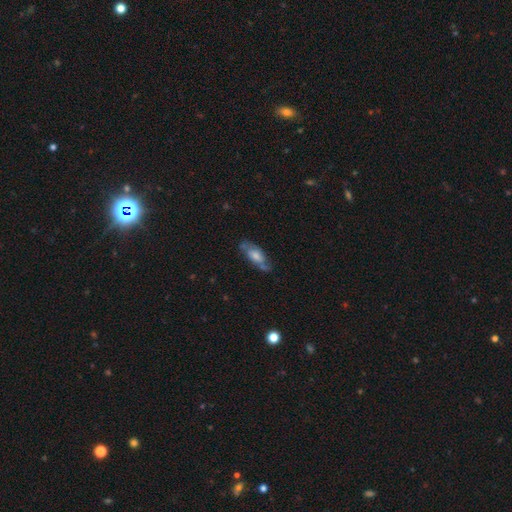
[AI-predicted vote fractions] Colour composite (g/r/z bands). It shows a smooth galaxy with no disk features (48%). Merging: none (61%).